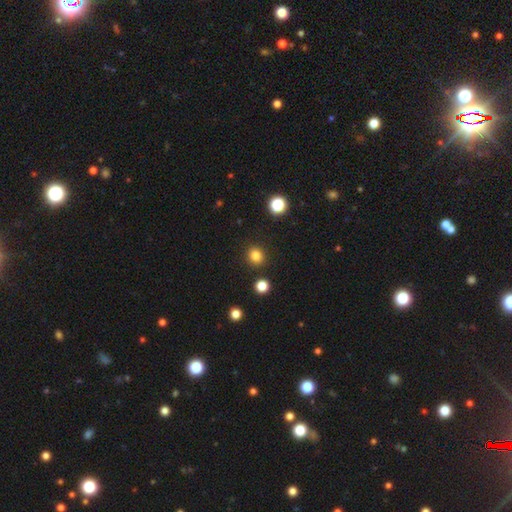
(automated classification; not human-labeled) Overall: smooth (83%). How rounded: round (87%). Merging: none (90%).